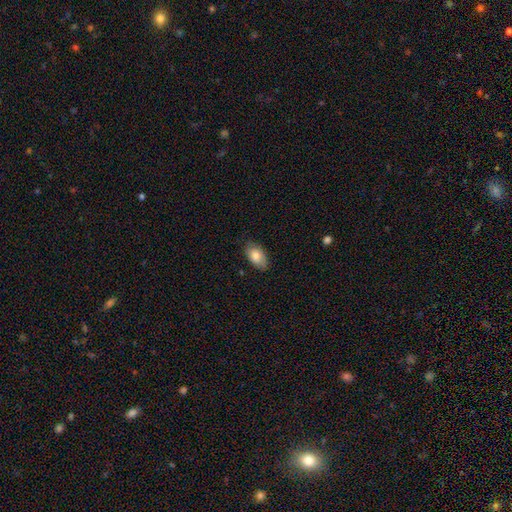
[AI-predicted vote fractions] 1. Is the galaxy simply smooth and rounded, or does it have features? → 81% smooth, 13% featured or disk, 6% star or artifact.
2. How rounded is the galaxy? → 94% in between, 4% round, 2% cigar-shaped.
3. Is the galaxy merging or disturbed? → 79% none, 17% minor disturbance, 3% major disturbance, 1% merger.